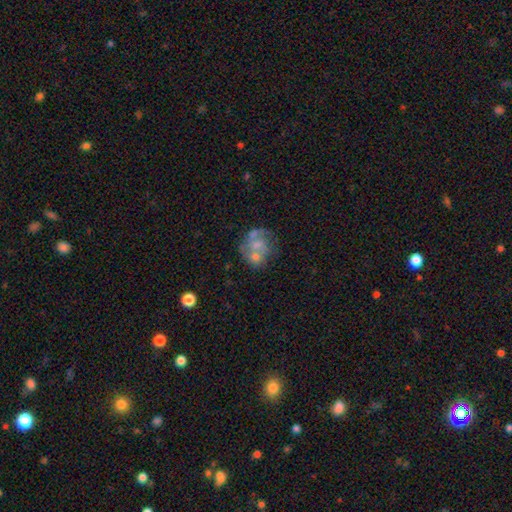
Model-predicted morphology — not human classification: This is possibly a featured or disk galaxy (58%). It is clearly not viewed edge-on (98%). Bar: likely no (79%). Spiral arm pattern: possibly yes (51%). Central bulge: marginally small (36%). Merging: marginally none (36%).